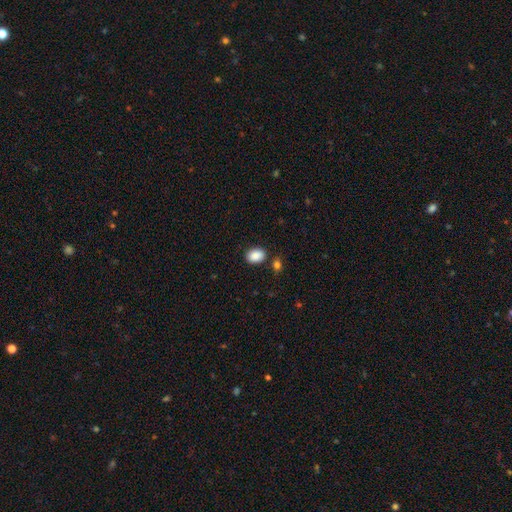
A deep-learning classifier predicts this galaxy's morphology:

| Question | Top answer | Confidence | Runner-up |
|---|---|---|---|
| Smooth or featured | smooth | 89% | star or artifact (8%) |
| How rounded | in between | 75% | round (24%) |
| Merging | none | 81% | minor disturbance (10%) |